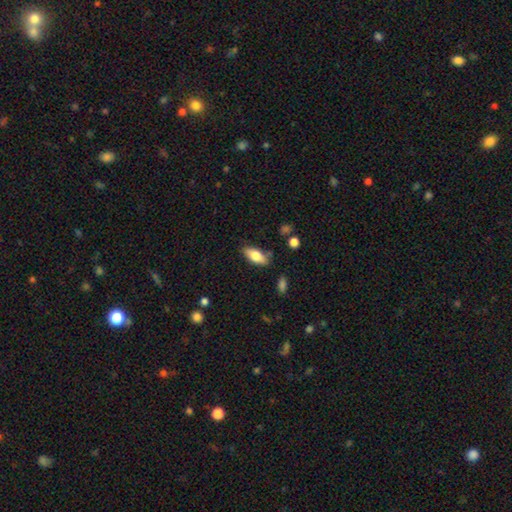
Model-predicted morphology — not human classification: Smooth or featured?
  - smooth: 75% *
  - featured or disk: 19%
  - star or artifact: 7%
How rounded?
  - in between: 82% *
  - cigar-shaped: 15%
  - round: 2%
Merging?
  - none: 79% *
  - minor disturbance: 15%
  - merger: 3%
  - major disturbance: 3%